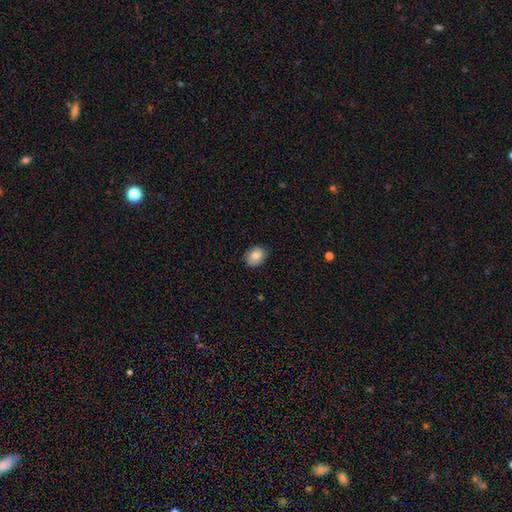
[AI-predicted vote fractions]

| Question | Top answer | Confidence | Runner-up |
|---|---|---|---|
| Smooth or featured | smooth | 85% | star or artifact (8%) |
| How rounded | in between | 54% | round (45%) |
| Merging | none | 83% | minor disturbance (14%) |